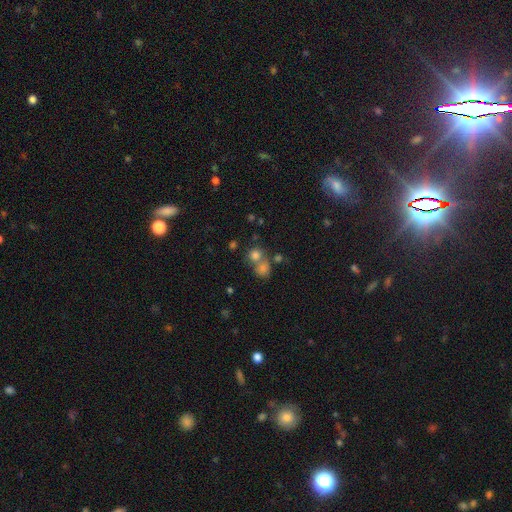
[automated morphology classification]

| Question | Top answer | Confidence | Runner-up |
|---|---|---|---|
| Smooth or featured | smooth | 74% | star or artifact (16%) |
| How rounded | round | 83% | in between (16%) |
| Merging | none | 49% | merger (40%) |